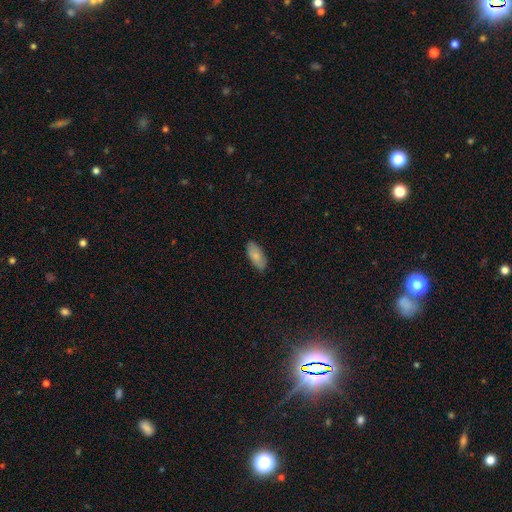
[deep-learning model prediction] A smooth galaxy with no disk features (82%) that is in between round and cigar-shaped (89%). Merging: none (86%).